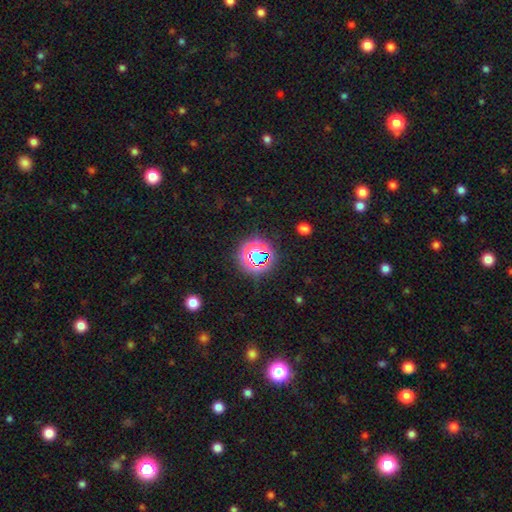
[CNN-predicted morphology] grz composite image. It shows a star or artifact, not a galaxy (61%).